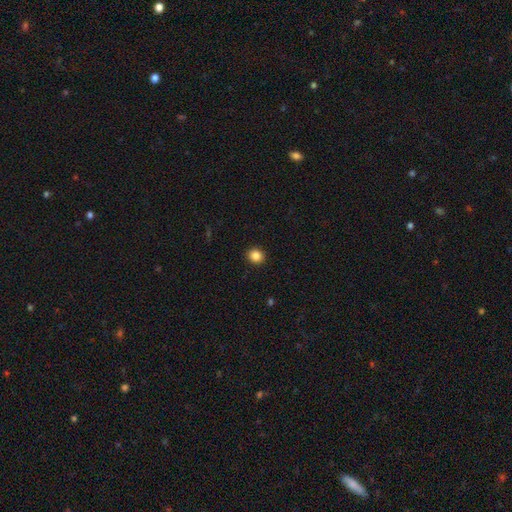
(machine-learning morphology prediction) Smooth or featured? smooth (86%)
How rounded? round (81%)
Merging? none (92%)